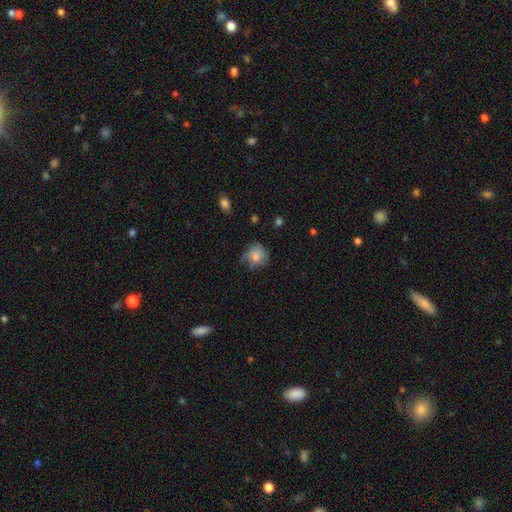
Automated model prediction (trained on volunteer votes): This appears to be a smooth galaxy with no disk features (71%) that is round (77%). Merging: none (51%).